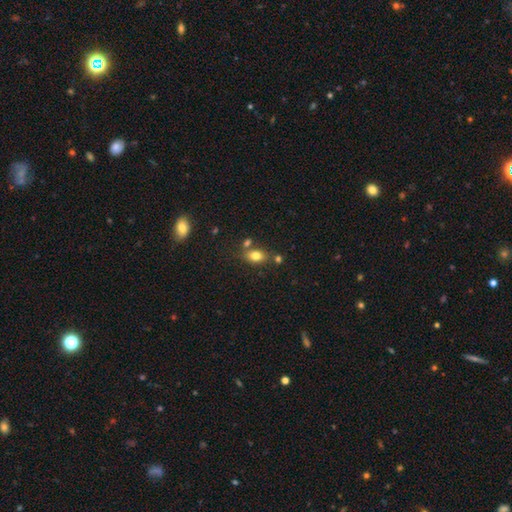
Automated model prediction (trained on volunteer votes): Smooth or featured?
  - smooth: 80% *
  - star or artifact: 11%
  - featured or disk: 10%
How rounded?
  - in between: 78% *
  - round: 20%
  - cigar-shaped: 2%
Merging?
  - none: 66% *
  - merger: 17%
  - minor disturbance: 14%
  - major disturbance: 4%